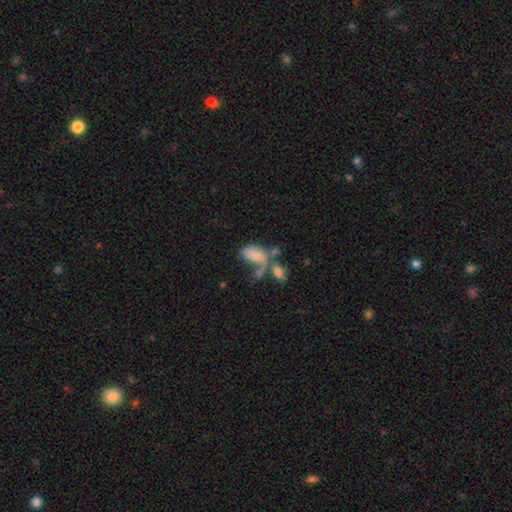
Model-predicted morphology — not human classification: type=smooth (70%); roundness=in between (92%); merging=merger (48%).